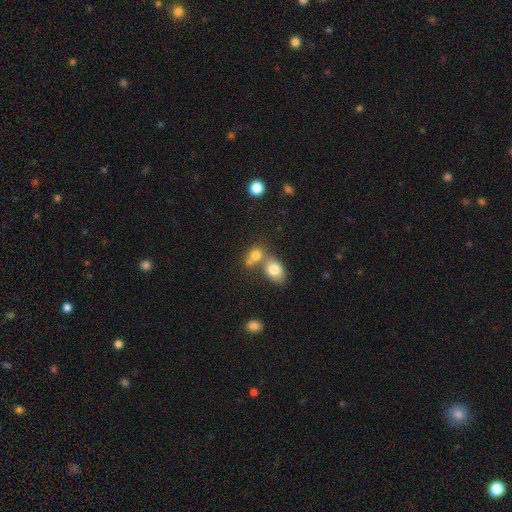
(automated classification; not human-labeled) Overall: smooth (78%). How rounded: in between (58%; round 40%). Merging: merger (55%; none 32%).